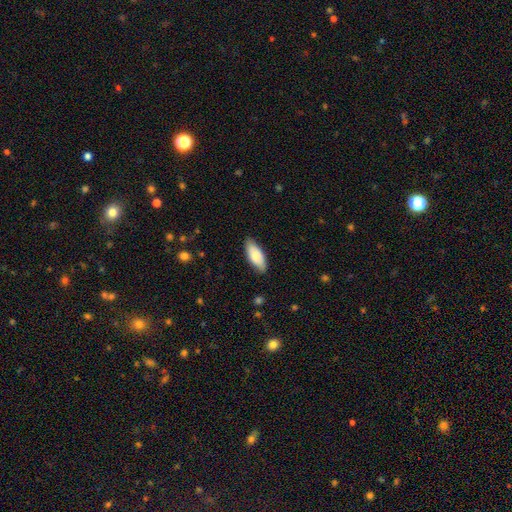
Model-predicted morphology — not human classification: Smooth or featured? Predicted: smooth (p=0.76). How rounded? Predicted: in between (p=0.83). Merging? Predicted: none (p=0.84).